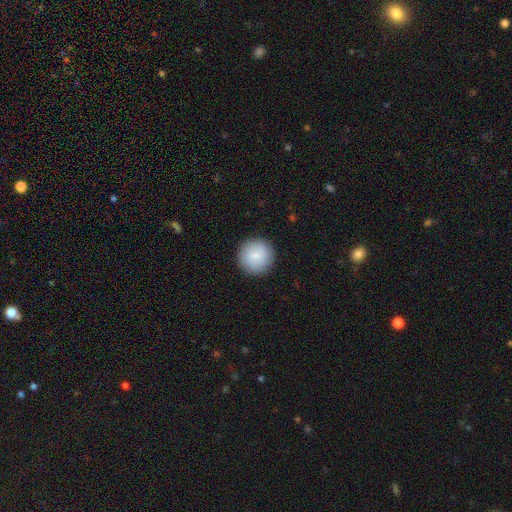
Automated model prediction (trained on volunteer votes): smooth_or_featured: smooth (p=0.80) [alt: featured or disk p=0.13]
how_rounded: round (p=0.95) [alt: in between p=0.04]
merging: none (p=0.90) [alt: minor disturbance p=0.07]